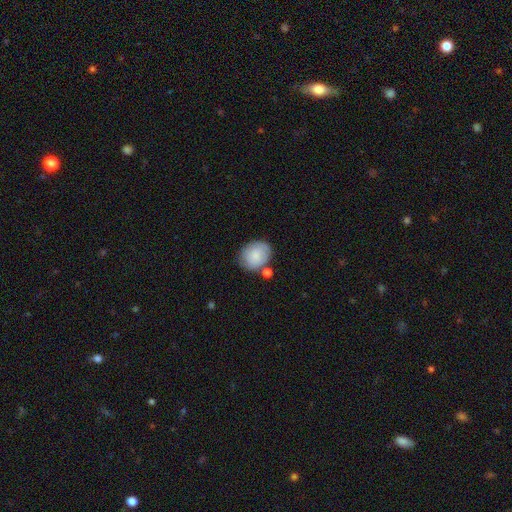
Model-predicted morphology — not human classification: Overall: smooth (81%). How rounded: round (55%; in between 44%). Merging: none (67%).